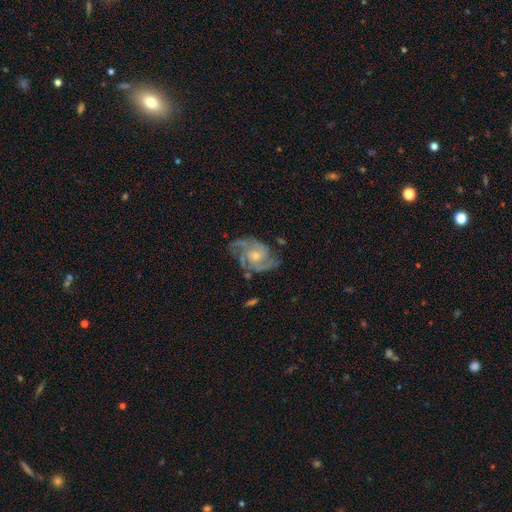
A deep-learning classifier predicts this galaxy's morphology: Overall: featured or disk (87%). Edge-on disk: no (97%). Bar: no (67%; weak 28%). Spiral arms: yes (96%). Spiral arm count: 2 (56%; 3 18%). Spiral winding: medium (50%; tight 32%). Bulge size: small (52%; moderate 42%). Merging: none (65%).